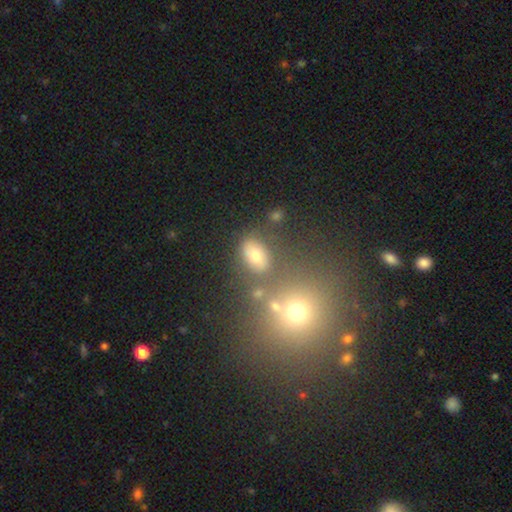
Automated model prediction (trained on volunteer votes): Smooth or featured? Predicted: smooth (p=0.55). How rounded? Predicted: in between (p=0.57). Merging? Predicted: none (p=0.62).